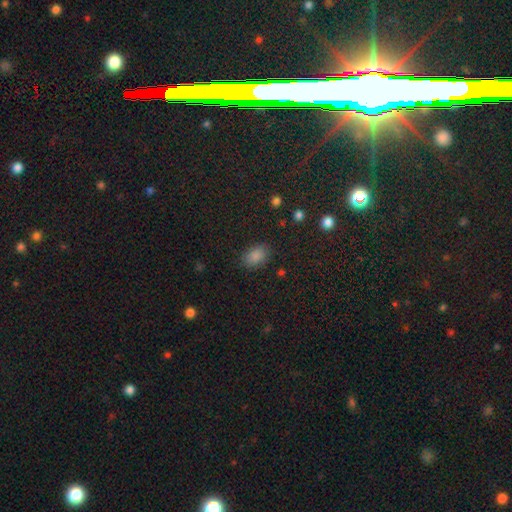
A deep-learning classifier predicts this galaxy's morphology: A smooth galaxy with no disk features (85%) that is in between round and cigar-shaped (85%).

Vote fractions:
- Smooth or featured? smooth: 85% / star or artifact: 11% / featured or disk: 4%
- How rounded? in between: 85% / round: 14% / cigar-shaped: 1%
- Merging? none: 84% / minor disturbance: 12% / major disturbance: 4% / merger: 1%